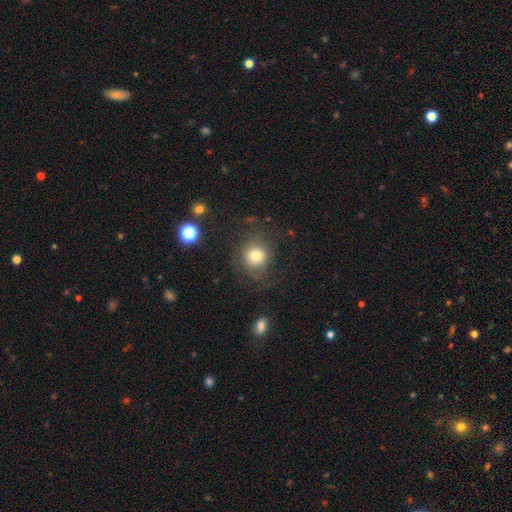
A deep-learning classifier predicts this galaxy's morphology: A smooth galaxy with no disk features (75%) that is round (88%).

Vote fractions:
- Smooth or featured? smooth: 75% / star or artifact: 13% / featured or disk: 12%
- How rounded? round: 88% / in between: 11% / cigar-shaped: 1%
- Merging? none: 74% / minor disturbance: 15% / major disturbance: 10% / merger: 2%